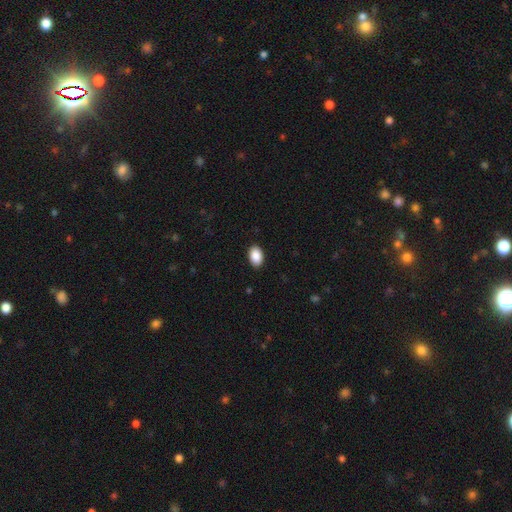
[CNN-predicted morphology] Overall: smooth (90%). How rounded: in between (90%). Merging: none (89%).